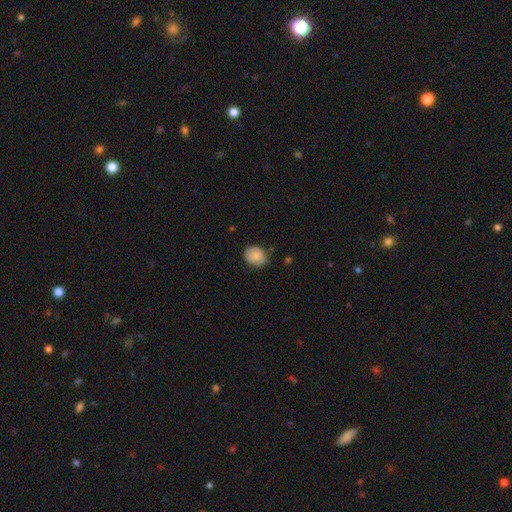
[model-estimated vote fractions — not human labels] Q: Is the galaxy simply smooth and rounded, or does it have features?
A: smooth — 84%.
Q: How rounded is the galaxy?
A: round — 65%.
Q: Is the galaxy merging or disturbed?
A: none — 72%.